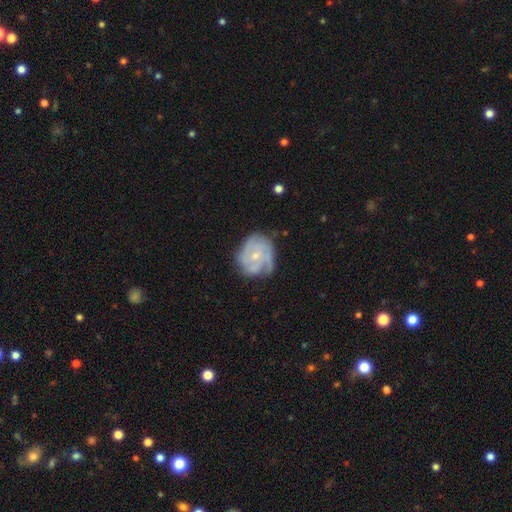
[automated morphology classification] Smooth or featured?
  - featured or disk: 74% *
  - smooth: 19%
  - star or artifact: 7%
Edge-on disk?
  - no: 98% *
  - yes: 2%
Bar?
  - no: 78% *
  - weak: 19%
  - strong: 3%
Spiral arms?
  - yes: 87% *
  - no: 13%
Spiral winding?
  - tight: 54% *
  - medium: 34%
  - loose: 12%
Spiral arm count?
  - can't tell: 33% *
  - 3: 29%
  - 2: 15%
  - 4: 13%
  - 1: 6%
  - more than 4: 5%
Bulge size?
  - small: 70% *
  - moderate: 26%
  - none: 2%
  - large: 1%
  - dominant: 1%
Merging?
  - none: 57% *
  - minor disturbance: 27%
  - major disturbance: 13%
  - merger: 2%